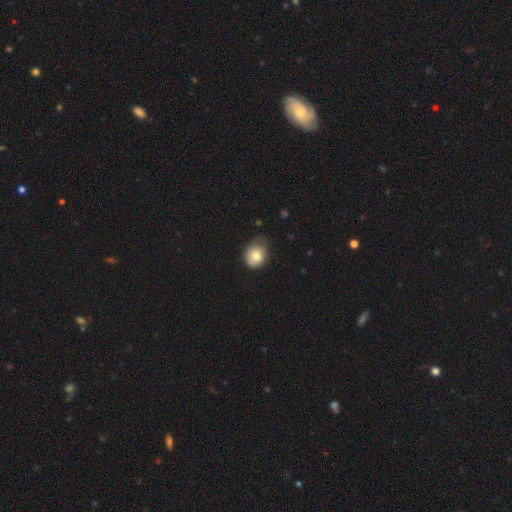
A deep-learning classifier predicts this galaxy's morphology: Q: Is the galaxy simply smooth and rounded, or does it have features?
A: smooth — 78%.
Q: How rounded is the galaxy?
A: round — 62%.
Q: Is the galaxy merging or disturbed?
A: none — 44%.